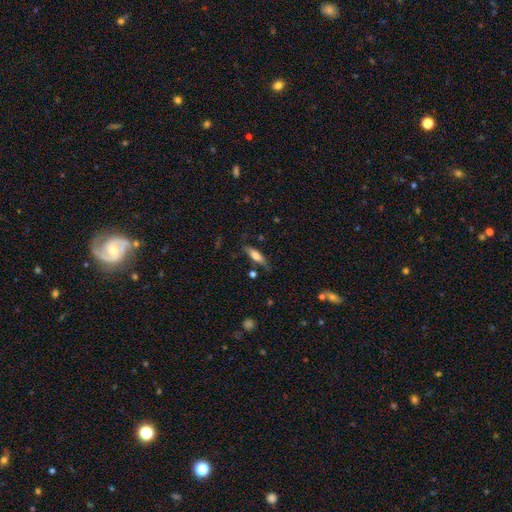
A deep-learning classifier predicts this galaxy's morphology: Q: Smooth or featured?
A: smooth (65%); runner-up: featured or disk (28%)
Q: How rounded?
A: cigar-shaped (53%); runner-up: in between (44%)
Q: Merging?
A: none (72%); runner-up: minor disturbance (20%)